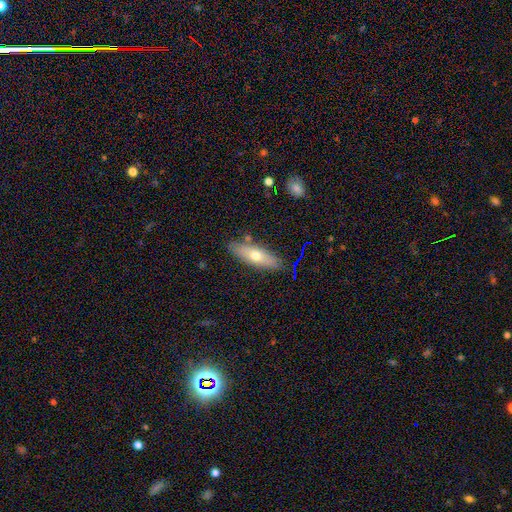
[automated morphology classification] This is possibly a smooth galaxy (58%). How rounded: possibly in between (52%). Merging: clearly none (82%).